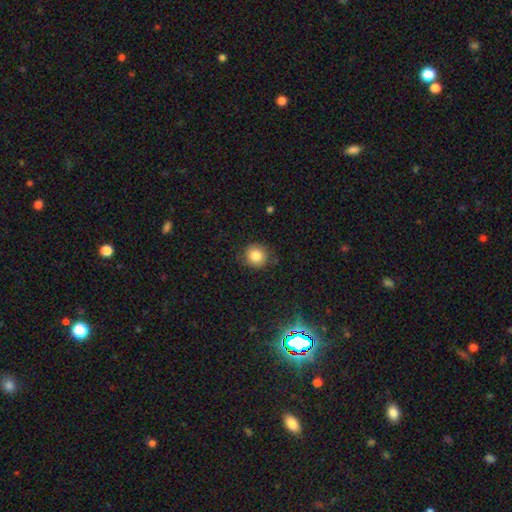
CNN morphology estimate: type=smooth (79%); roundness=round (87%); merging=none (80%).